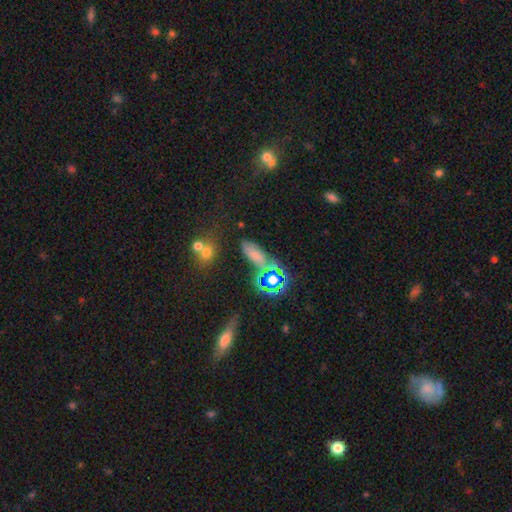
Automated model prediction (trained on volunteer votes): A smooth galaxy with no disk features (50%) that is in between round and cigar-shaped (70%). Merging: none (61%).